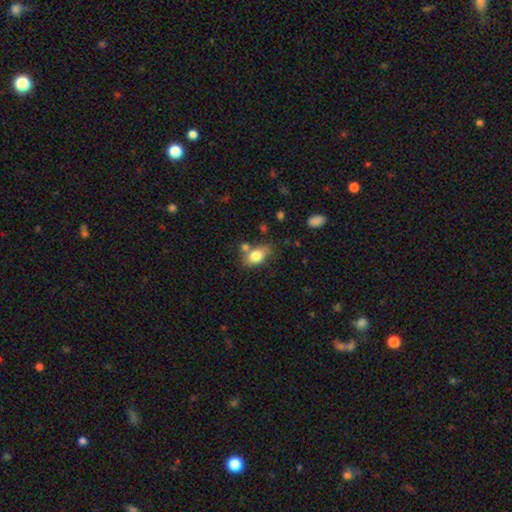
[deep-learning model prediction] A smooth galaxy with no disk features (80%) that is in between round and cigar-shaped (82%).

Vote fractions:
- Smooth or featured? smooth: 80% / featured or disk: 12% / star or artifact: 8%
- How rounded? in between: 82% / round: 15% / cigar-shaped: 3%
- Merging? none: 58% / minor disturbance: 21% / merger: 15% / major disturbance: 6%